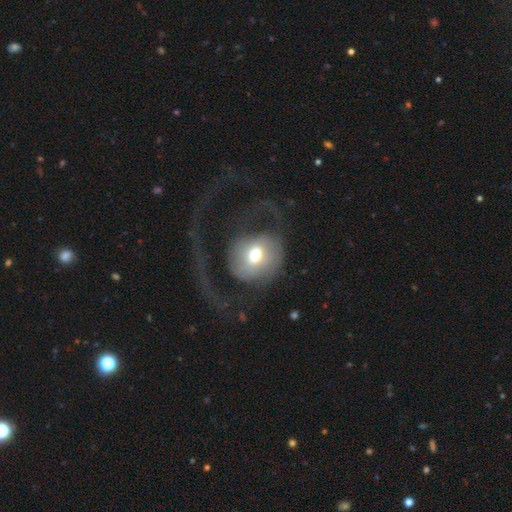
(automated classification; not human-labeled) The model was most divided on "smooth or featured": smooth: 54%, featured or disk: 37%, star or artifact: 9%. More confident: how rounded — round (80%); merging — major disturbance (58%).